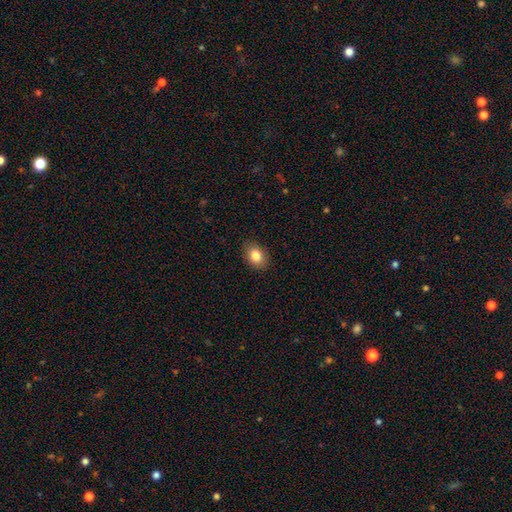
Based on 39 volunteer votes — Smooth or featured?
  - smooth: 79% *
  - featured or disk: 10%
  - star or artifact: 10%
How rounded?
  - in between: 84% *
  - round: 16%
  - cigar-shaped: 0%
Merging?
  - none: 97% *
  - minor disturbance: 3%
  - major disturbance: 0%
  - merger: 0%